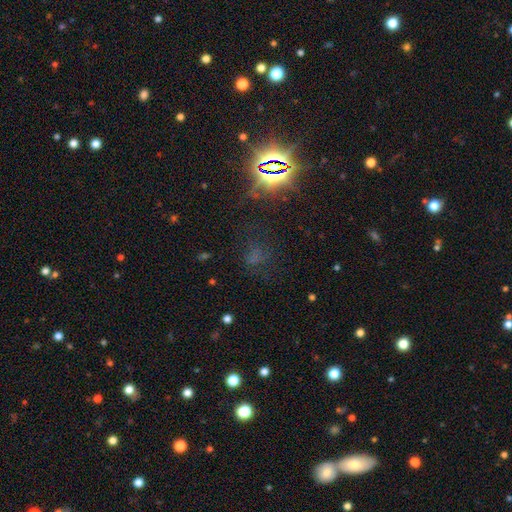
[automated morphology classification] Q: Smooth or featured?
A: star or artifact (60%); runner-up: smooth (26%)